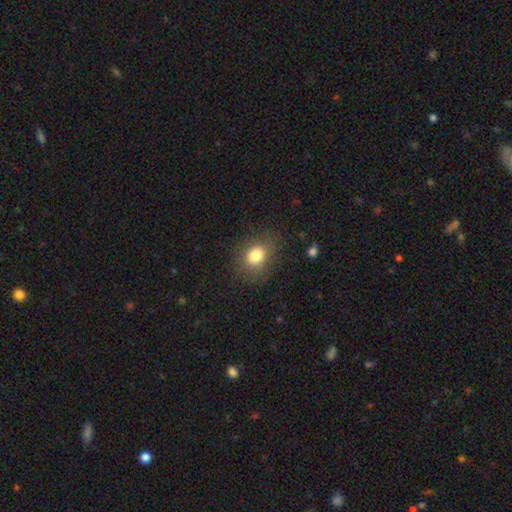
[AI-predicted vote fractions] A smooth galaxy with no disk features (81%) that is in between round and cigar-shaped (53%).

Vote fractions:
- Smooth or featured? smooth: 81% / star or artifact: 11% / featured or disk: 9%
- How rounded? in between: 53% / round: 46% / cigar-shaped: 1%
- Merging? none: 78% / minor disturbance: 14% / major disturbance: 6% / merger: 1%